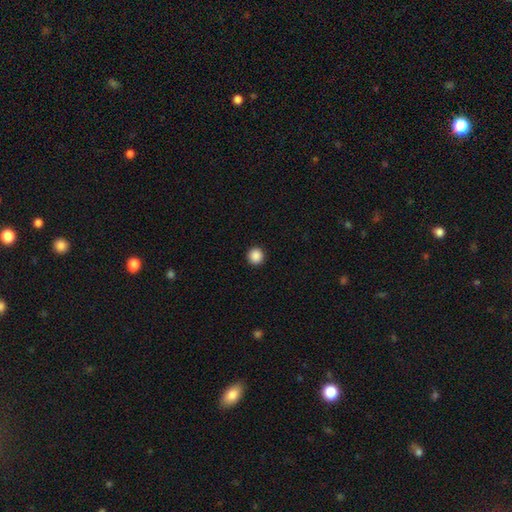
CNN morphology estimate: A smooth galaxy with no disk features (89%) that is round (95%).

Vote fractions:
- Smooth or featured? smooth: 89% / star or artifact: 9% / featured or disk: 2%
- How rounded? round: 95% / in between: 4% / cigar-shaped: 1%
- Merging? none: 94% / minor disturbance: 4% / major disturbance: 1% / merger: 1%